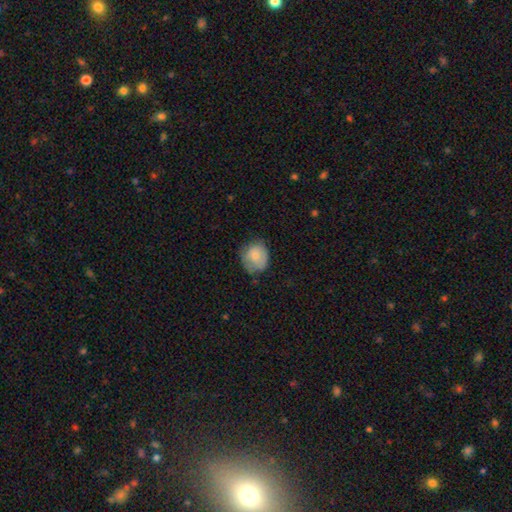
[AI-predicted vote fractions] This appears to be a smooth galaxy with no disk features (78%) that is round (70%). Merging: none (60%).